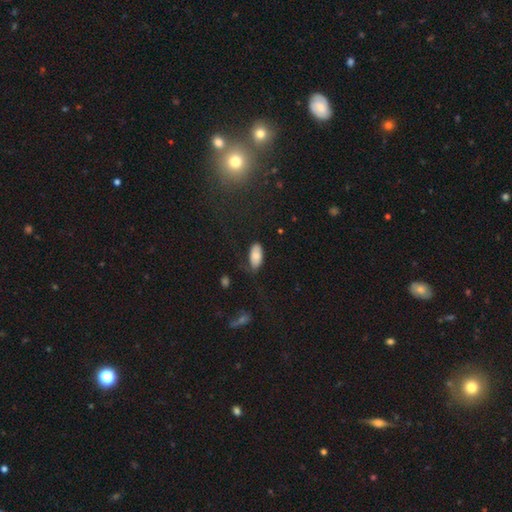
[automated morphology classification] Smooth or featured?
  - smooth: 79% *
  - featured or disk: 14%
  - star or artifact: 8%
How rounded?
  - in between: 92% *
  - cigar-shaped: 6%
  - round: 2%
Merging?
  - none: 60% *
  - minor disturbance: 28%
  - major disturbance: 10%
  - merger: 2%